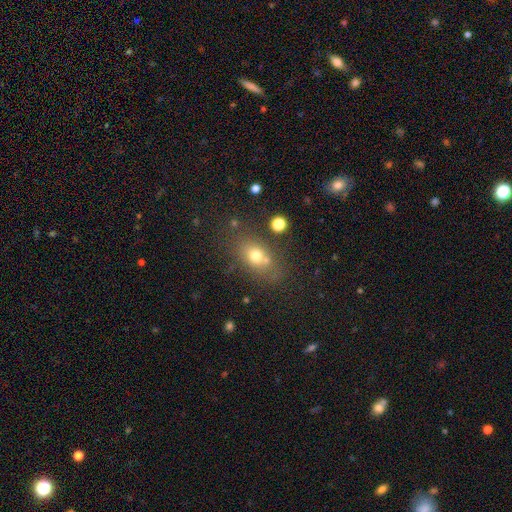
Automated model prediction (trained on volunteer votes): Morphology: type=smooth (69%); roundness=in between (64%); merging=none (62%).